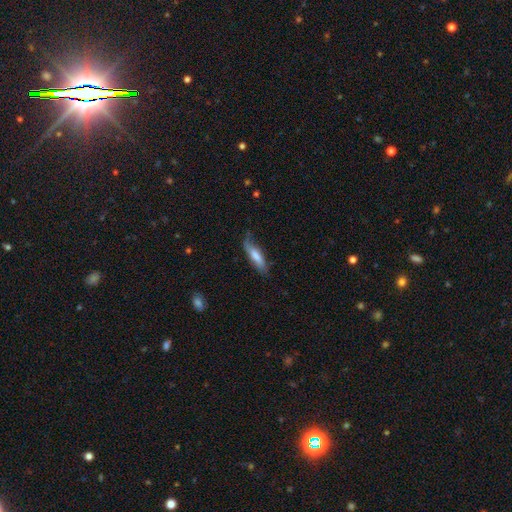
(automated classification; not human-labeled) Q: Smooth or featured?
A: smooth (66%); runner-up: featured or disk (28%)
Q: How rounded?
A: cigar-shaped (68%); runner-up: in between (30%)
Q: Merging?
A: none (61%); runner-up: minor disturbance (30%)